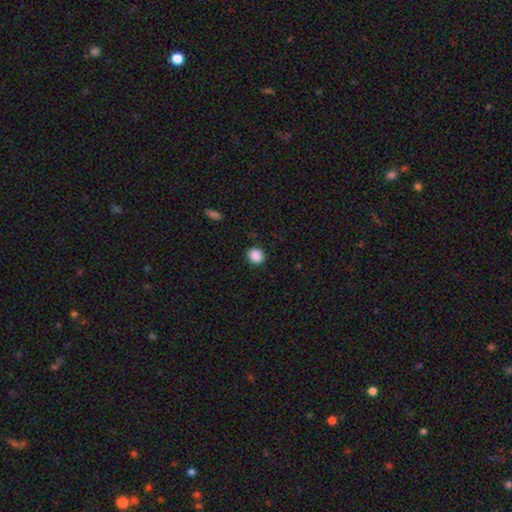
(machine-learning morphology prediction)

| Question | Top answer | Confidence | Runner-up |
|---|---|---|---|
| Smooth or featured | smooth | 89% | star or artifact (9%) |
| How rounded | round | 79% | in between (20%) |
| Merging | none | 89% | minor disturbance (8%) |